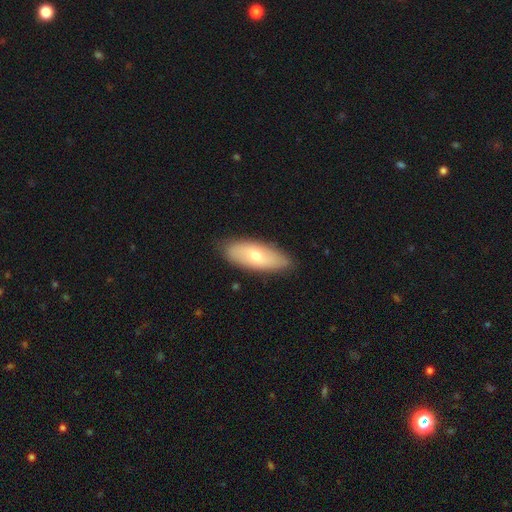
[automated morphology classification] smooth-or-featured: smooth: 61% | featured or disk: 33% | star or artifact: 6%
  how-rounded: in between: 79% | cigar-shaped: 18% | round: 3%
  merging: none: 83% | minor disturbance: 13% | major disturbance: 2% | merger: 1%